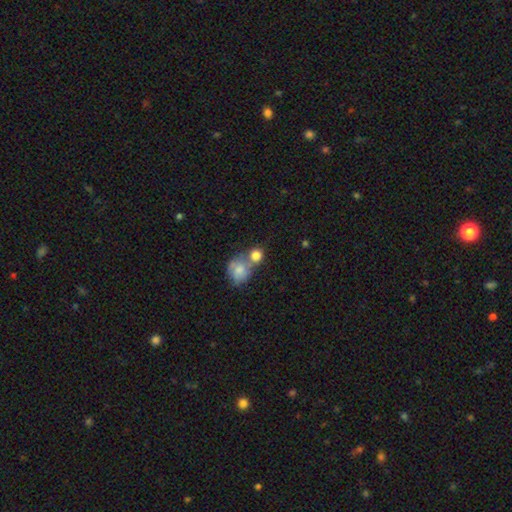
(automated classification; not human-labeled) A smooth galaxy with no disk features (79%) that is round (77%).

Vote fractions:
- Smooth or featured? smooth: 79% / featured or disk: 12% / star or artifact: 9%
- How rounded? round: 77% / in between: 22% / cigar-shaped: 1%
- Merging? merger: 48% / none: 37% / minor disturbance: 10% / major disturbance: 5%